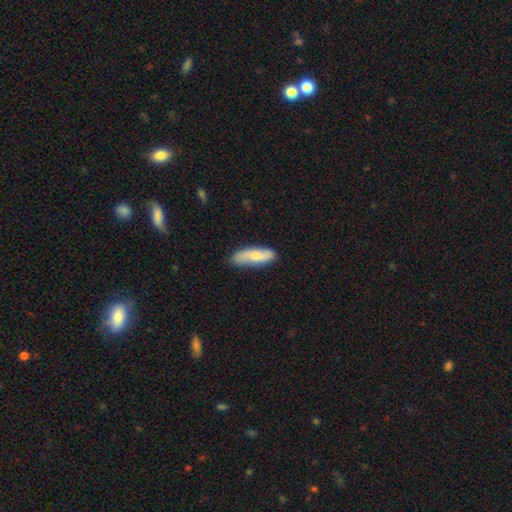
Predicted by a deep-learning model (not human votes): A smooth galaxy with no disk features (57%) that is in between round and cigar-shaped (54%). Merging: none (81%).